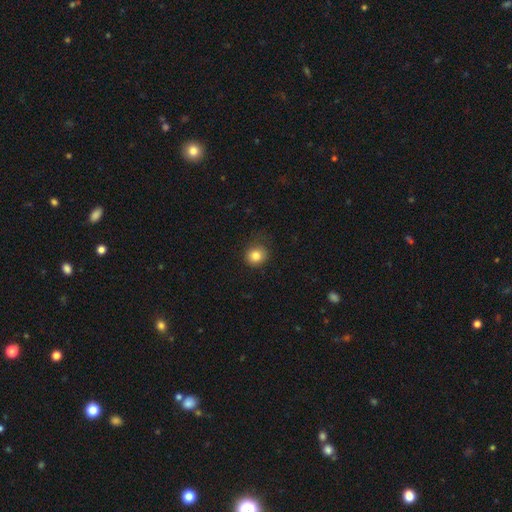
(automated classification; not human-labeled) Smooth or featured?
  - smooth: 83% *
  - star or artifact: 11%
  - featured or disk: 6%
How rounded?
  - round: 86% *
  - in between: 13%
  - cigar-shaped: 1%
Merging?
  - none: 77% *
  - minor disturbance: 17%
  - major disturbance: 5%
  - merger: 1%